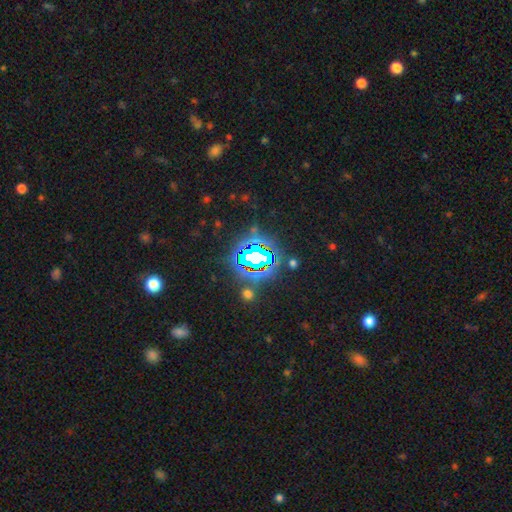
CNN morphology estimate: Smooth or featured?
  - star or artifact: 75% *
  - smooth: 13%
  - featured or disk: 12%